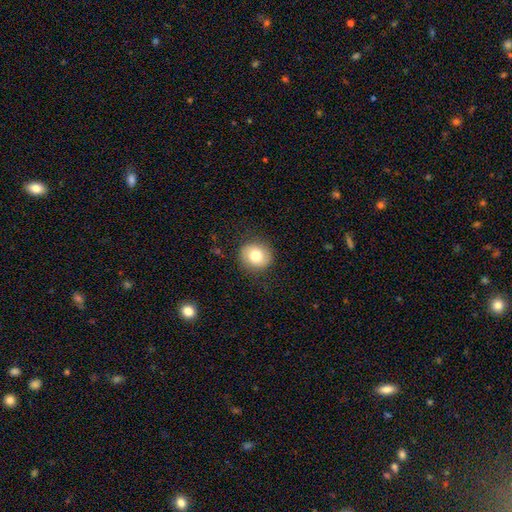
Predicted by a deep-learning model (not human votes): A smooth galaxy with no disk features (76%) that is round (86%). Merging: none (86%).